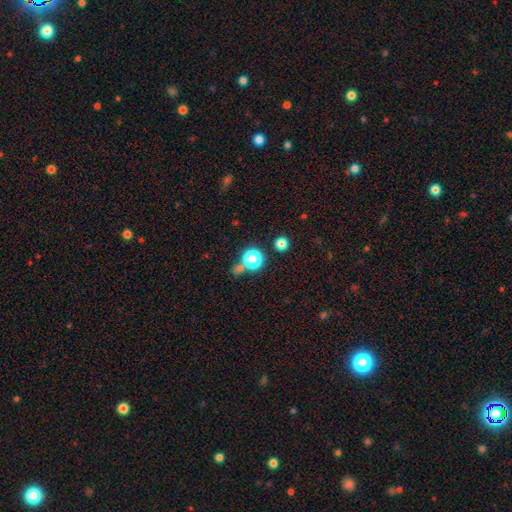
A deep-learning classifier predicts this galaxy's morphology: This is possibly a smooth galaxy (60%). How rounded: clearly round (89%). Merging: likely none (72%).